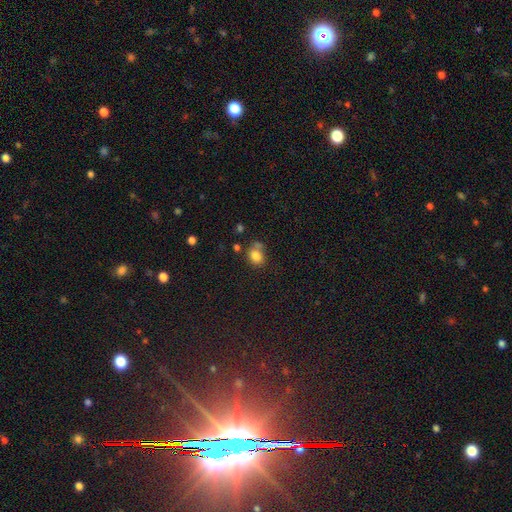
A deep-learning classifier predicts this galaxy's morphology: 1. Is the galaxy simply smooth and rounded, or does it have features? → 81% smooth, 11% star or artifact, 8% featured or disk.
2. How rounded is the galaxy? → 53% in between, 46% round, 1% cigar-shaped.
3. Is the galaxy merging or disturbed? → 50% none, 22% minor disturbance, 20% merger, 8% major disturbance.